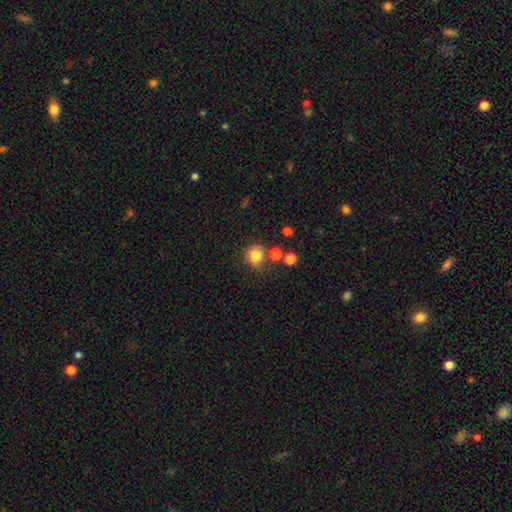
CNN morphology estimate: The model was most divided on "merging": none: 64%, minor disturbance: 18%, merger: 11%, major disturbance: 7%. More confident: how rounded — round (87%); smooth or featured — smooth (81%).